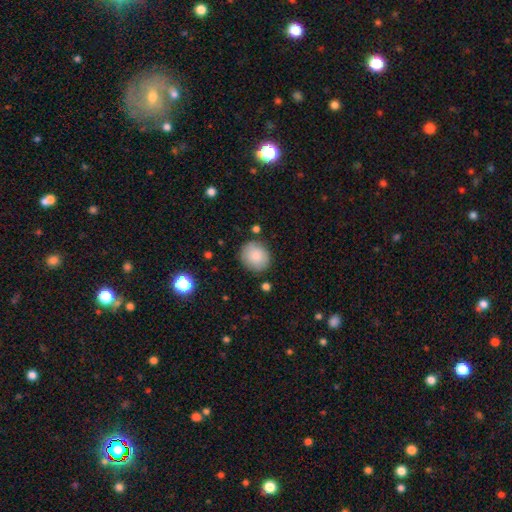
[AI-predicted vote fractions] This appears to be a smooth galaxy with no disk features (83%) that is round (79%). Merging: none (81%).